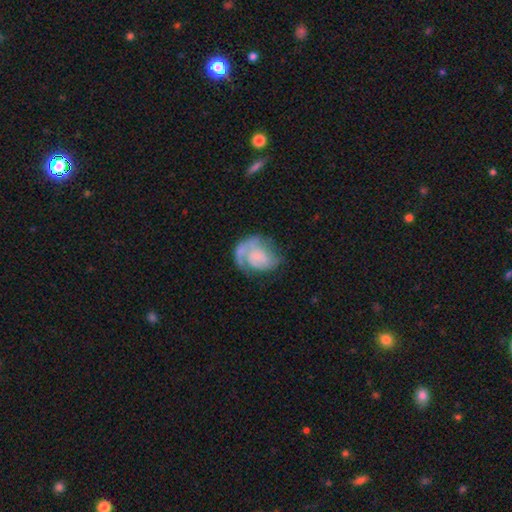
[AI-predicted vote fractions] Q: Smooth or featured?
A: featured or disk (69%); runner-up: smooth (24%)
Q: Edge-on disk?
A: no (98%); runner-up: yes (2%)
Q: Bar?
A: no (73%); runner-up: weak (22%)
Q: Spiral arms?
A: yes (86%); runner-up: no (14%)
Q: Spiral winding?
A: tight (43%); runner-up: medium (36%)
Q: Spiral arm count?
A: 1 (49%); runner-up: 2 (31%)
Q: Bulge size?
A: none (40%); runner-up: small (34%)
Q: Merging?
A: none (48%); runner-up: major disturbance (25%)